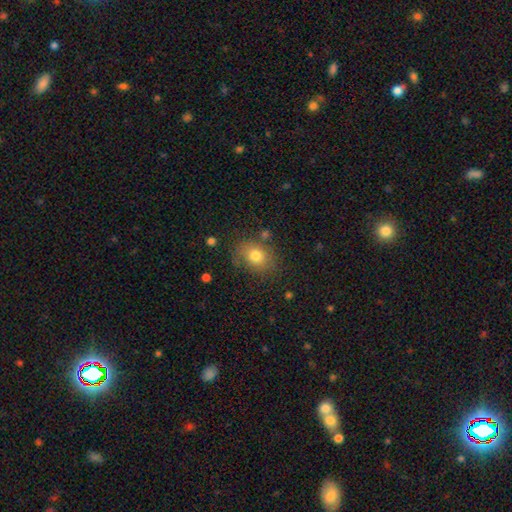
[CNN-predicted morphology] This appears to be a smooth galaxy with no disk features (77%) that is in between round and cigar-shaped (63%). Merging: none (75%).